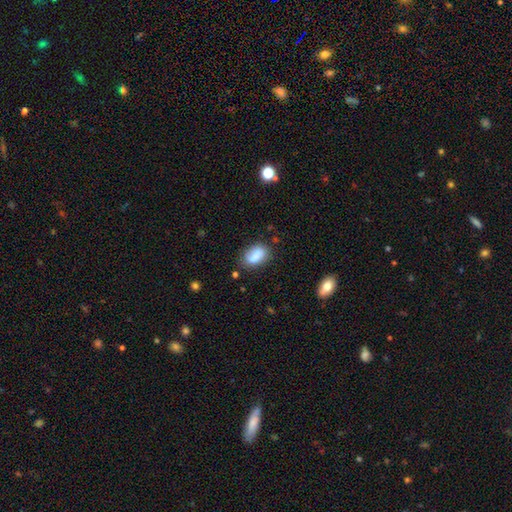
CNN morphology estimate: type=smooth (80%); roundness=in between (87%); merging=none (66%).